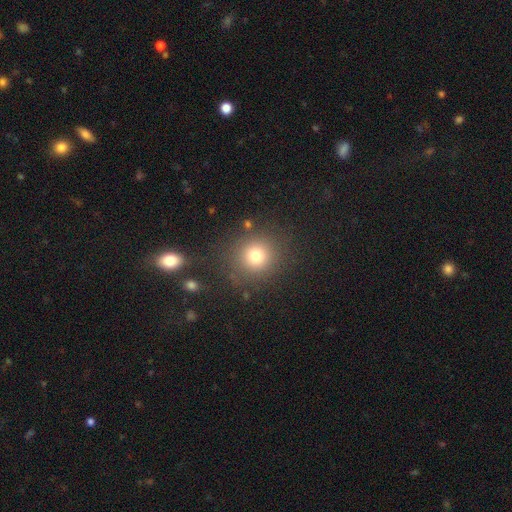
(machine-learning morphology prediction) smooth-or-featured: smooth: 75% | star or artifact: 16% | featured or disk: 9%
  how-rounded: round: 90% | in between: 9% | cigar-shaped: 1%
  merging: none: 83% | minor disturbance: 9% | major disturbance: 5% | merger: 3%